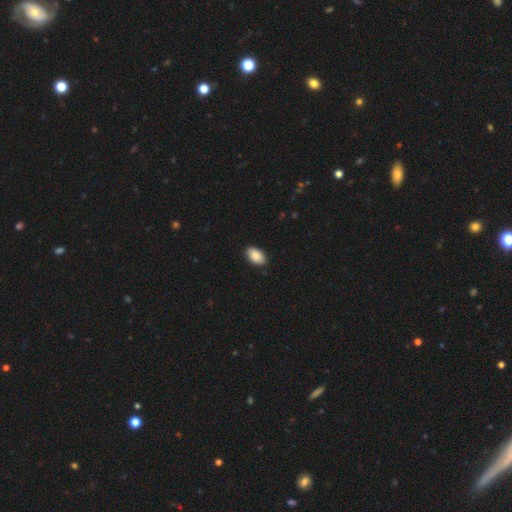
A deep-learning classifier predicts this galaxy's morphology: Smooth or featured? Predicted: smooth (p=0.88). How rounded? Predicted: in between (p=0.93). Merging? Predicted: none (p=0.88).